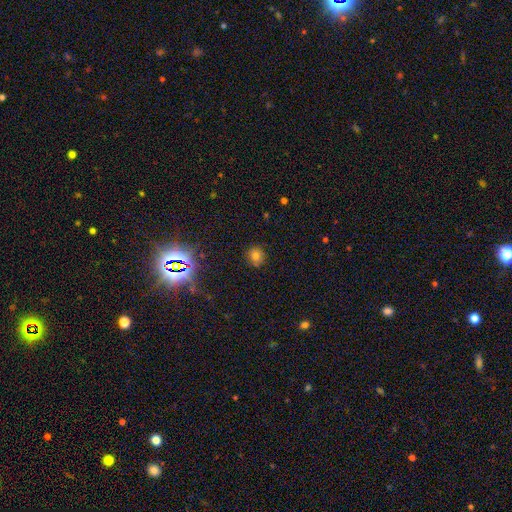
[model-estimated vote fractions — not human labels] Smooth or featured? Predicted: smooth (p=0.67). How rounded? Predicted: round (p=0.87). Merging? Predicted: none (p=0.86).